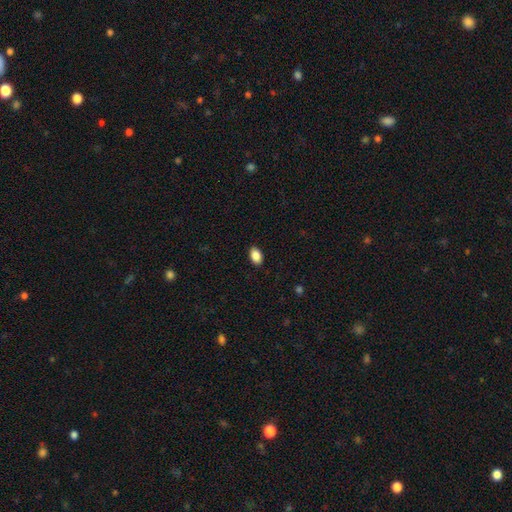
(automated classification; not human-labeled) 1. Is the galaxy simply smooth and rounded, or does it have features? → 89% smooth, 8% star or artifact, 3% featured or disk.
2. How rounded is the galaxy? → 90% in between, 9% round, 1% cigar-shaped.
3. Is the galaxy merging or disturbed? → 89% none, 8% minor disturbance, 2% major disturbance, 1% merger.